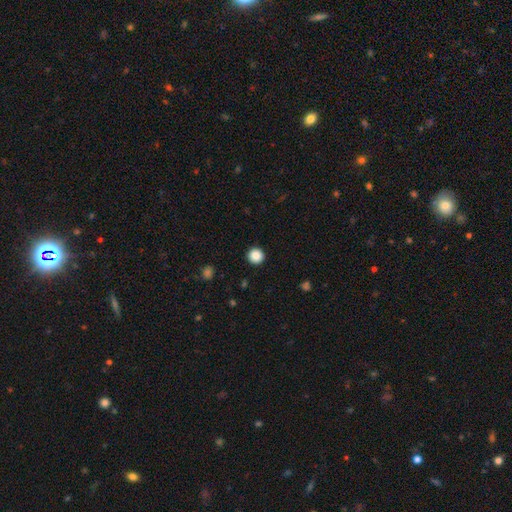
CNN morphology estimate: Overall: smooth (87%). How rounded: round (96%). Merging: none (93%).